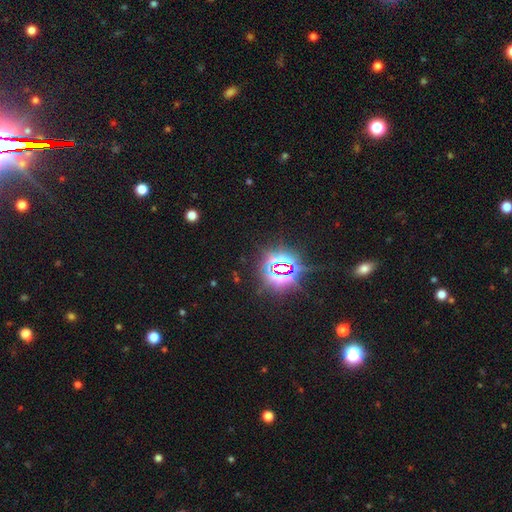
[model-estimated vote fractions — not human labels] star or artifact 78%, smooth 15%, featured or disk 7%.